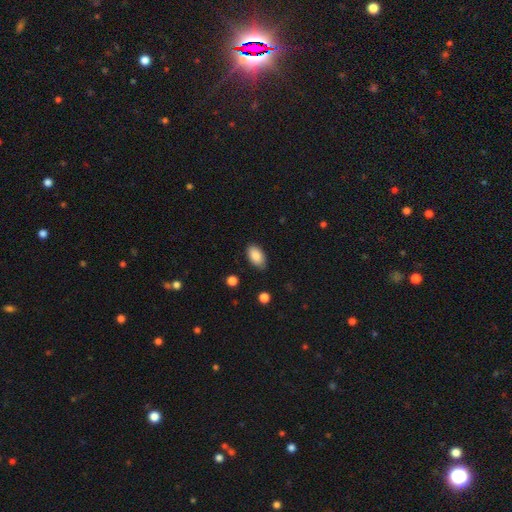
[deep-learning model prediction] Smooth or featured? smooth (87%)
How rounded? in between (94%)
Merging? none (83%)